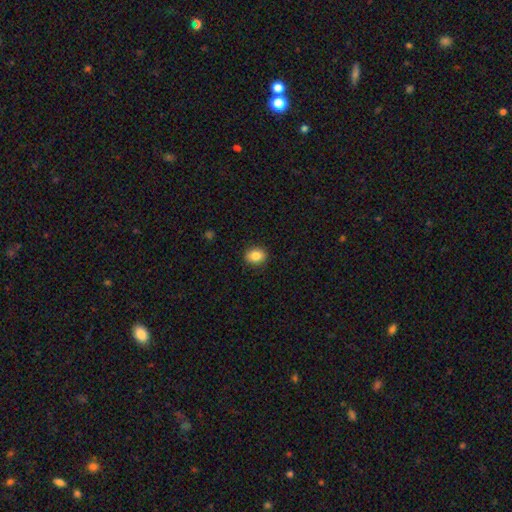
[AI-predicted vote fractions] Smooth or featured: smooth — 84% (star or artifact — 9%)
How rounded: in between — 50% (round — 49%)
Merging: none — 87% (minor disturbance — 10%)